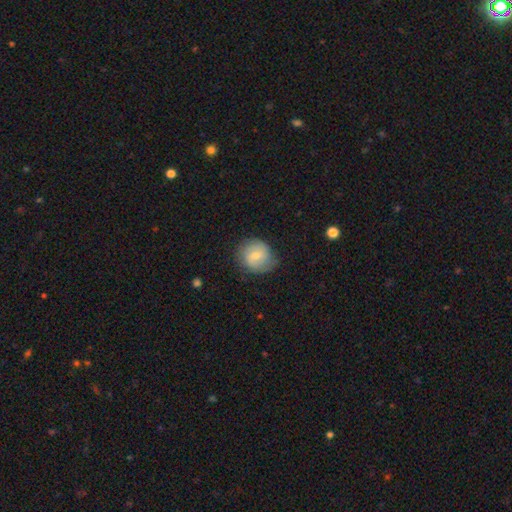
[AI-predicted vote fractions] Smooth or featured? Predicted: smooth (p=0.60). How rounded? Predicted: round (p=0.81). Merging? Predicted: none (p=0.71).